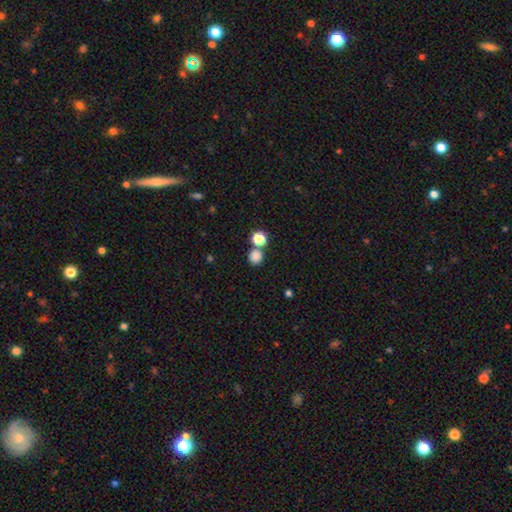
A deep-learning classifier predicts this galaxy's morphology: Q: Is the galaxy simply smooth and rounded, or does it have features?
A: smooth — 82%.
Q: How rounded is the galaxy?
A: round — 86%.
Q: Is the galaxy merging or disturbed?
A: none — 68%.